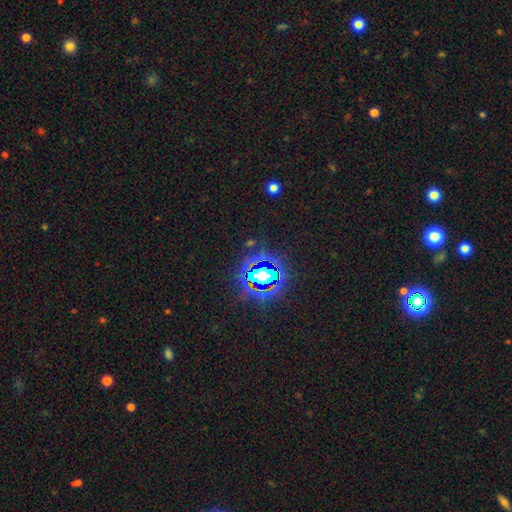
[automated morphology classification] Q: Smooth or featured?
A: star or artifact (81%); runner-up: smooth (12%)